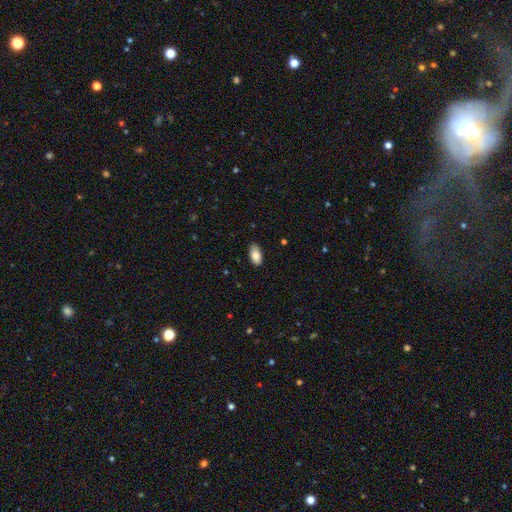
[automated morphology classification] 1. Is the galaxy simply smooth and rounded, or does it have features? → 85% smooth, 9% featured or disk, 7% star or artifact.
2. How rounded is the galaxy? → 94% in between, 3% cigar-shaped, 3% round.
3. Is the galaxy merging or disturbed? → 86% none, 11% minor disturbance, 2% major disturbance, 1% merger.